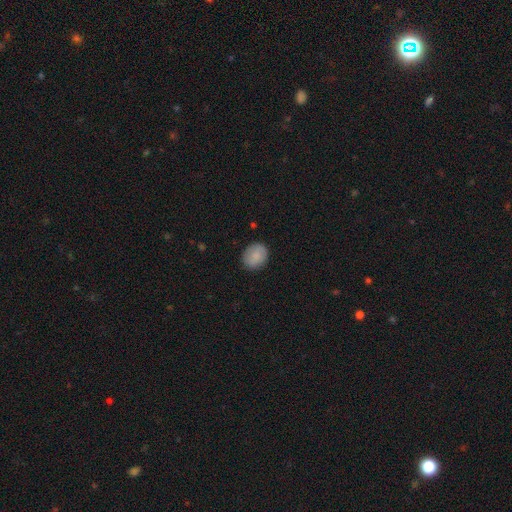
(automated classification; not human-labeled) Q: Smooth or featured?
A: smooth (87%); runner-up: star or artifact (7%)
Q: How rounded?
A: round (54%); runner-up: in between (45%)
Q: Merging?
A: none (86%); runner-up: minor disturbance (11%)